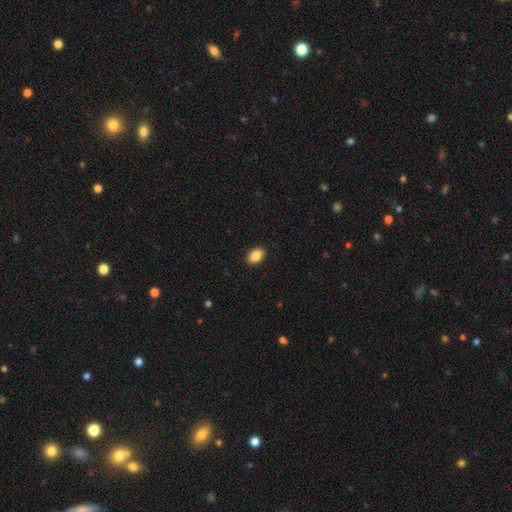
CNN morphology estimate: Smooth or featured: smooth — 87% (star or artifact — 8%)
How rounded: in between — 86% (round — 13%)
Merging: none — 90% (minor disturbance — 7%)